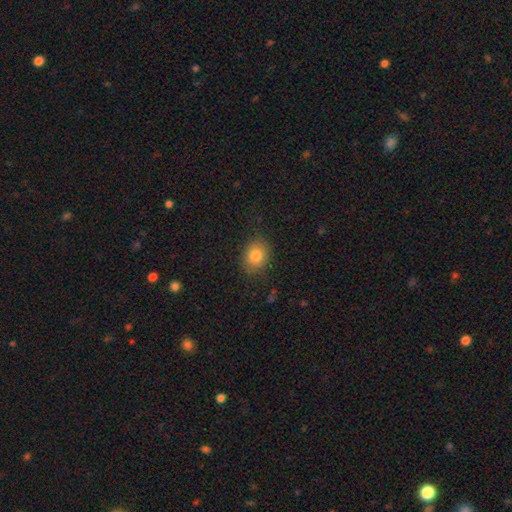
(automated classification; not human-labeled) smooth-or-featured: smooth: 81% | star or artifact: 10% | featured or disk: 9%
  how-rounded: round: 50% | in between: 49% | cigar-shaped: 1%
  merging: none: 84% | minor disturbance: 12% | major disturbance: 3% | merger: 1%